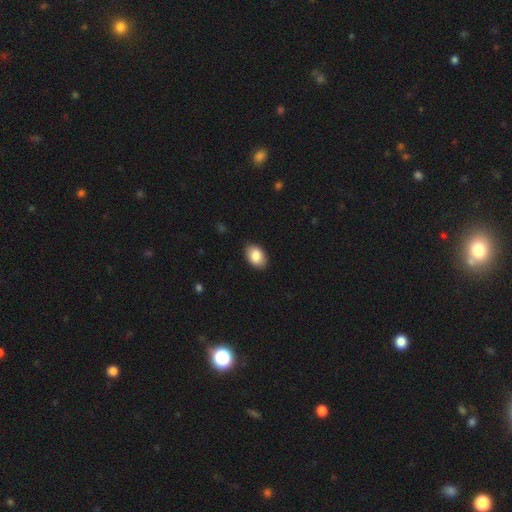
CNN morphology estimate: Smooth or featured?
  - smooth: 86% *
  - featured or disk: 7%
  - star or artifact: 7%
How rounded?
  - in between: 88% *
  - round: 11%
  - cigar-shaped: 1%
Merging?
  - none: 87% *
  - minor disturbance: 10%
  - major disturbance: 2%
  - merger: 1%